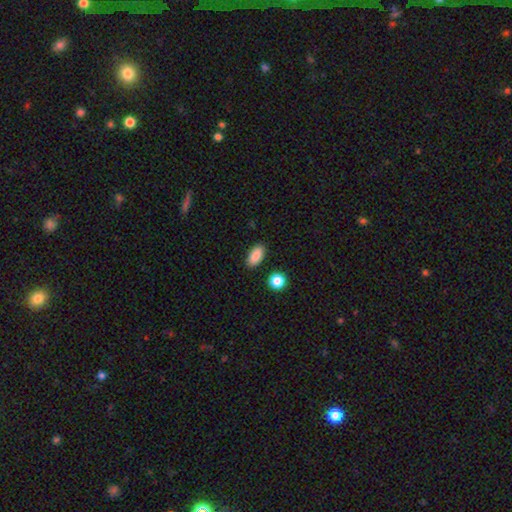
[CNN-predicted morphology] The model was most divided on "smooth or featured": smooth: 88%, star or artifact: 8%, featured or disk: 5%. More confident: how rounded — in between (91%); merging — none (88%).